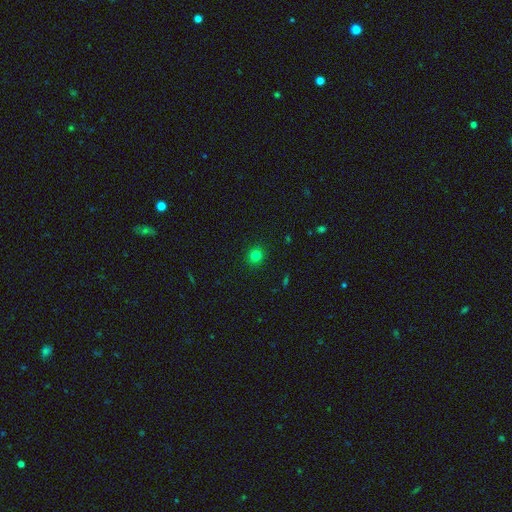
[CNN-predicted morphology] Smooth or featured? Predicted: smooth (p=0.79). How rounded? Predicted: round (p=0.91). Merging? Predicted: none (p=0.92).